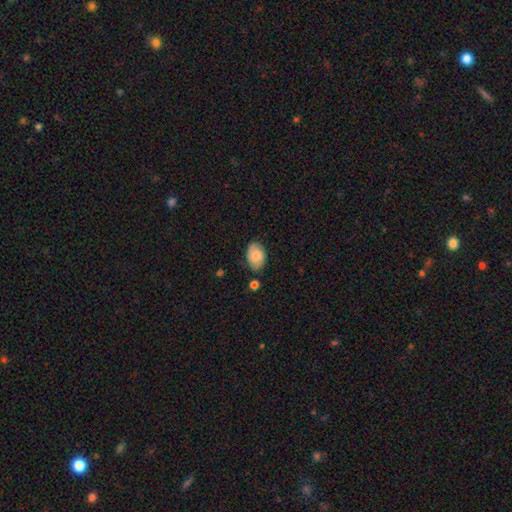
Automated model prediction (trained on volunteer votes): Smooth or featured? Predicted: smooth (p=0.57). How rounded? Predicted: in between (p=0.86). Merging? Predicted: none (p=0.74).